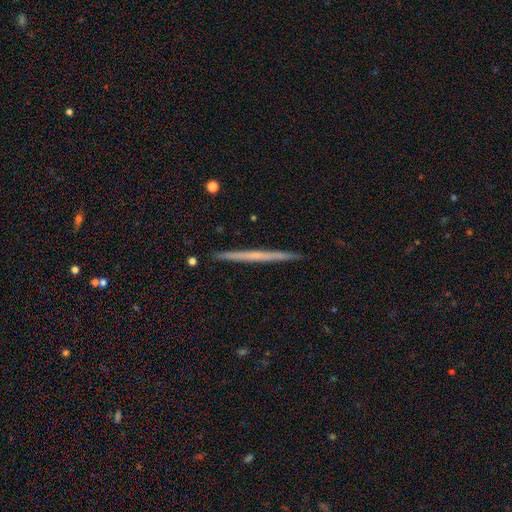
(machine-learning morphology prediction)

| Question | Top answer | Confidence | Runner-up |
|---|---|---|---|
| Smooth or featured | featured or disk | 58% | smooth (36%) |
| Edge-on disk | yes | 98% | no (2%) |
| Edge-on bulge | none | 84% | rounded (13%) |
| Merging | none | 93% | minor disturbance (5%) |